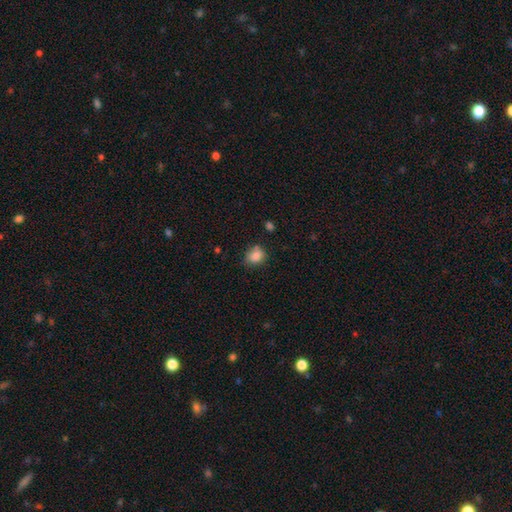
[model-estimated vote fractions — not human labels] smooth 84%, star or artifact 10%, featured or disk 6%. Down the decision tree: how rounded — round (63%); merging — none (66%).